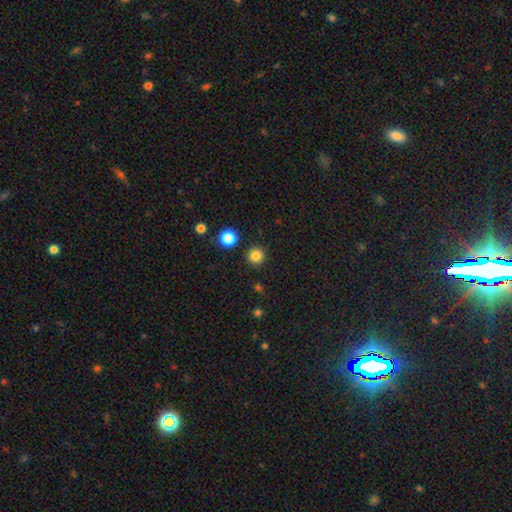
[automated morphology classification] This appears to be a smooth galaxy with no disk features (84%) that is round (95%). Merging: none (91%).